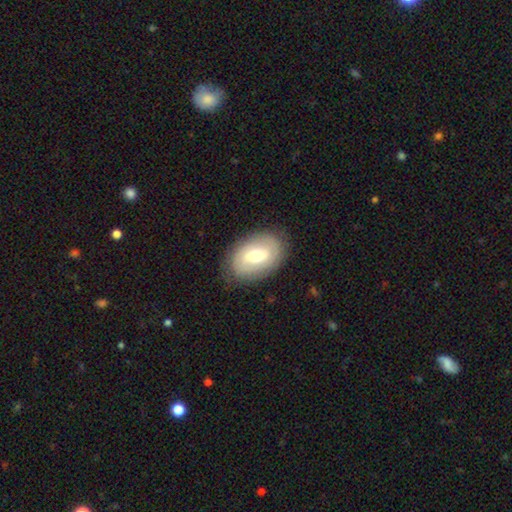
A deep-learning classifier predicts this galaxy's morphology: Overall: featured or disk (49%; smooth 45%). Merging: none (82%).